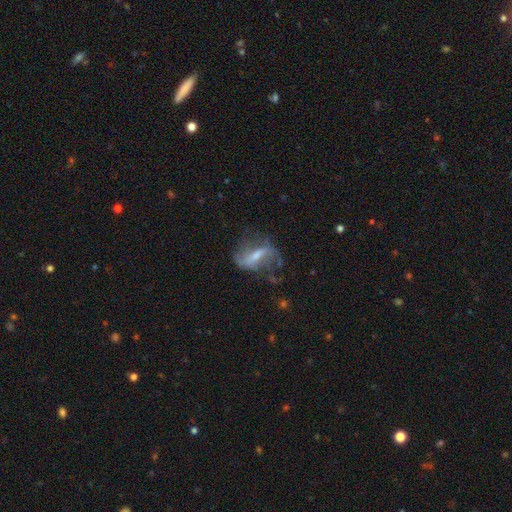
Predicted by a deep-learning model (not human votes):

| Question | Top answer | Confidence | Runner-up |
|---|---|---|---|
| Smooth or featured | featured or disk | 68% | smooth (23%) |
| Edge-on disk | no | 88% | yes (12%) |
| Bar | strong | 48% | weak (37%) |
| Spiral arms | yes | 70% | no (30%) |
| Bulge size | small | 37% | moderate (36%) |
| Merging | none | 48% | major disturbance (25%) |